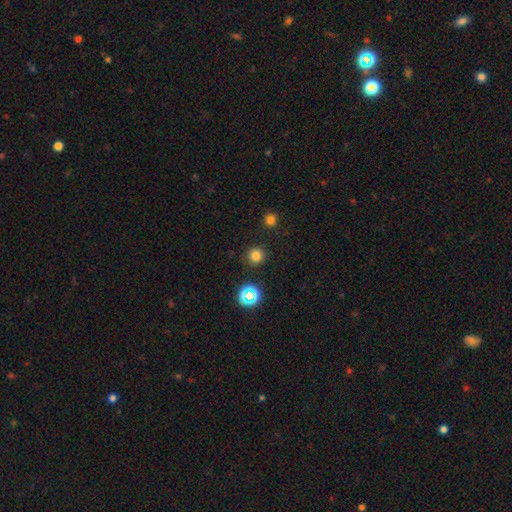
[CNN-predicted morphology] A smooth galaxy with no disk features (76%) that is round (94%). Merging: none (89%).